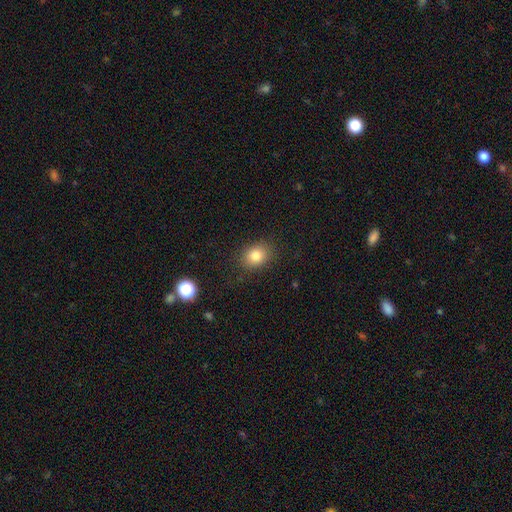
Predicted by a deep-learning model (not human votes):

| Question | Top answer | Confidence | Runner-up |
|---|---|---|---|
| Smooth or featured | smooth | 82% | star or artifact (11%) |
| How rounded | in between | 51% | round (48%) |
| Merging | none | 85% | minor disturbance (10%) |